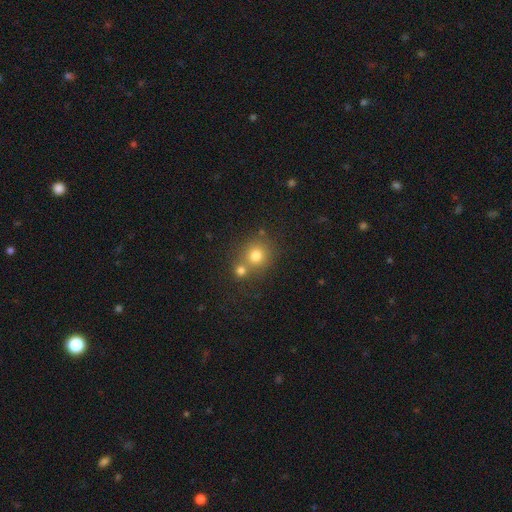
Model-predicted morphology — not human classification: A smooth galaxy with no disk features (76%) that is round (86%). Merging: none (56%).